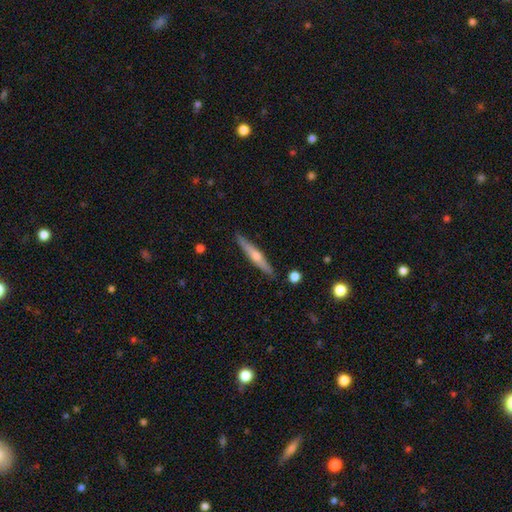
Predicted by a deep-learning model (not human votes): smooth-or-featured: featured or disk: 65% | smooth: 29% | star or artifact: 6%
  disk-edge-on: yes: 96% | no: 4%
    edge-on-bulge: rounded: 85% | none: 11% | boxy: 4%
  merging: none: 90% | minor disturbance: 7% | merger: 1% | major disturbance: 1%